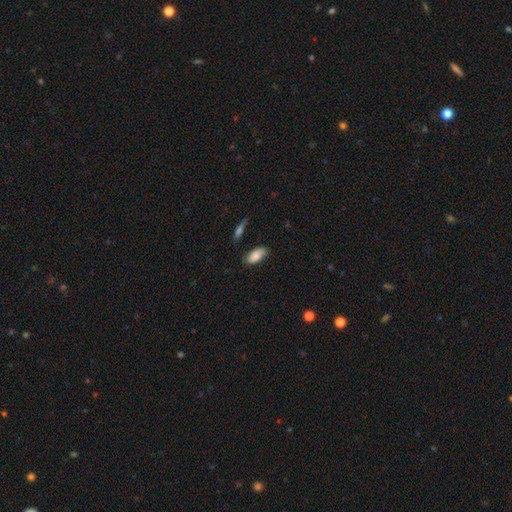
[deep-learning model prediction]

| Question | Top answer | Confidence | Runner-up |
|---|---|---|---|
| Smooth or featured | smooth | 81% | featured or disk (12%) |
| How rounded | in between | 90% | cigar-shaped (7%) |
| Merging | none | 68% | minor disturbance (23%) |